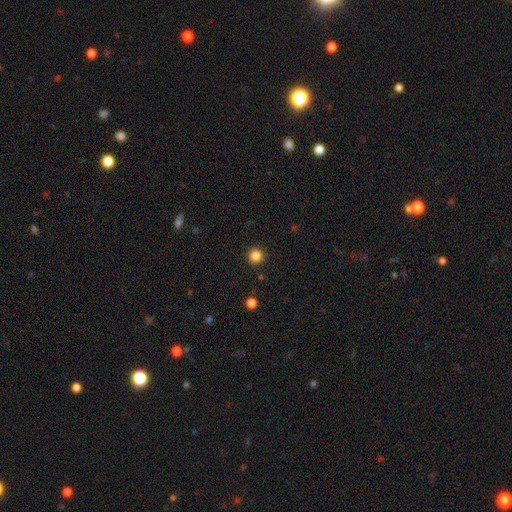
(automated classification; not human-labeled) smooth_or_featured: smooth (p=0.84) [alt: star or artifact p=0.12]
how_rounded: round (p=0.95) [alt: in between p=0.04]
merging: none (p=0.93) [alt: minor disturbance p=0.05]